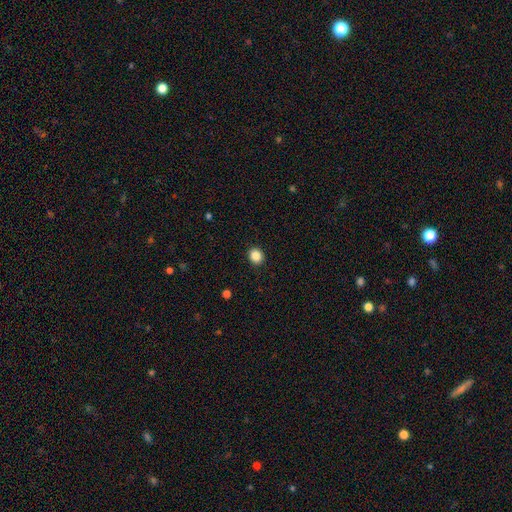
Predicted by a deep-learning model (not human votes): This appears to be a smooth galaxy with no disk features (87%) that is round (79%). Merging: none (92%).